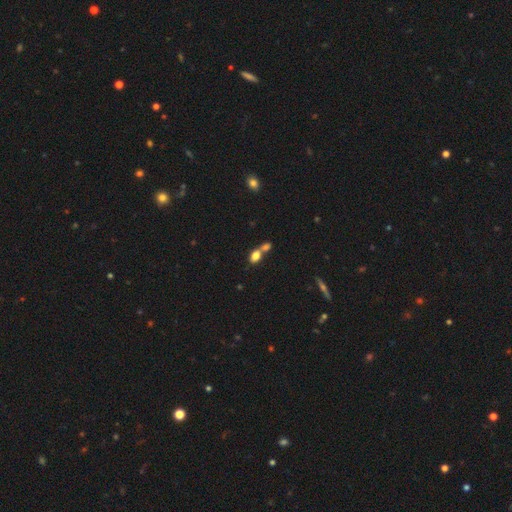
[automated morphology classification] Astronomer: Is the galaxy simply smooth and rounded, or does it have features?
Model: smooth — 79%.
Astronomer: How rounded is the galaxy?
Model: in between — 75%.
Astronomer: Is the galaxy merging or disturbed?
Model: merger — 56% (runner-up: none, 32%).